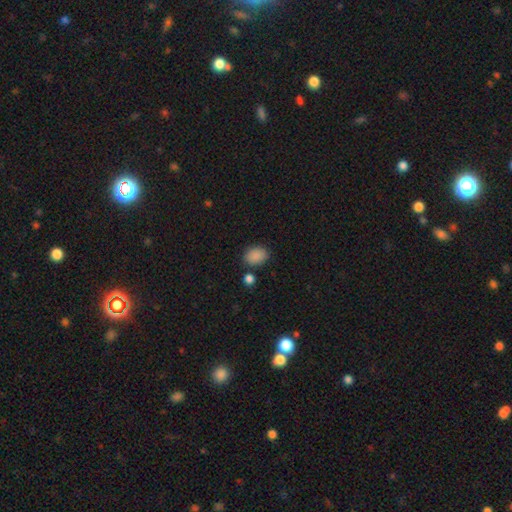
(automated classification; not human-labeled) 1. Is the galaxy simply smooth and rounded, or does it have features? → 87% smooth, 9% star or artifact, 3% featured or disk.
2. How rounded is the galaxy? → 69% in between, 30% round, 1% cigar-shaped.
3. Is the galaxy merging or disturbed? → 79% none, 11% minor disturbance, 6% merger, 3% major disturbance.